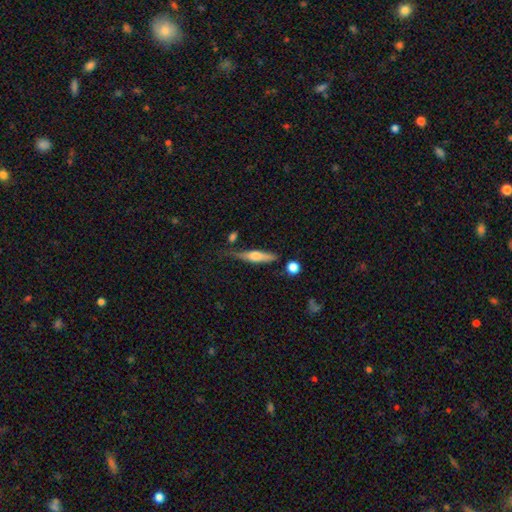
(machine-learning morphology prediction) This is possibly a smooth galaxy (49%). Merging: possibly none (58%).